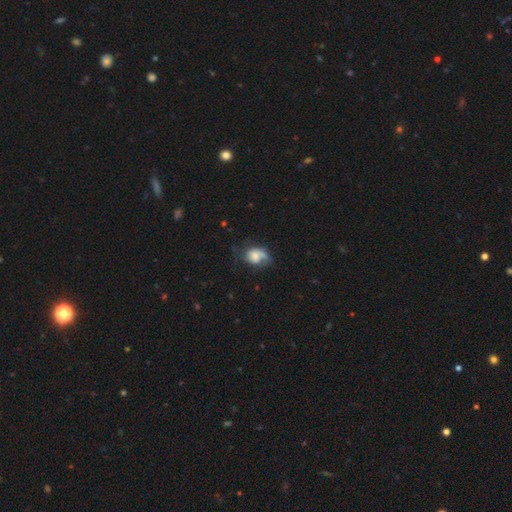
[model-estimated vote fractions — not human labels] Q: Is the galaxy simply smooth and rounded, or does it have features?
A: smooth — 47%.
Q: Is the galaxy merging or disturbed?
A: none — 40%.